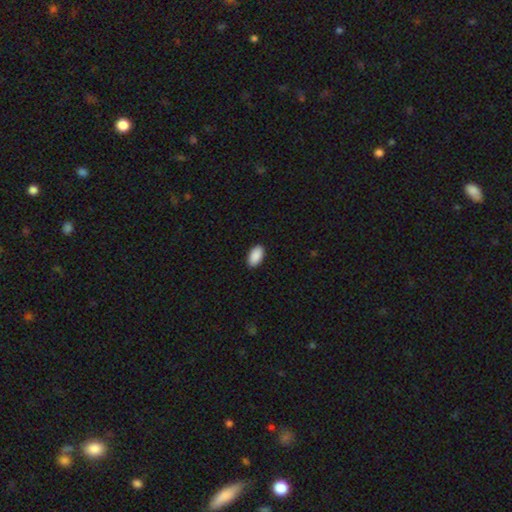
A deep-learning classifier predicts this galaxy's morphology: smooth 91%, star or artifact 6%, featured or disk 3%. Down the decision tree: how rounded — in between (95%); merging — none (90%).